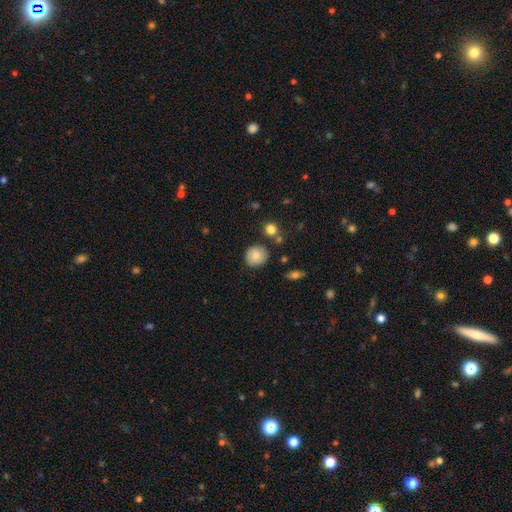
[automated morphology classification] Smooth or featured? smooth (85%)
How rounded? round (88%)
Merging? none (82%)